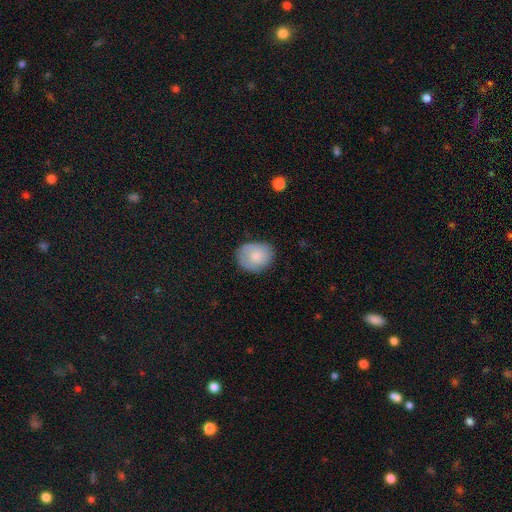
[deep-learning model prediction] smooth 72%, featured or disk 21%, star or artifact 7%. Down the decision tree: how rounded — round (60%); merging — none (75%).